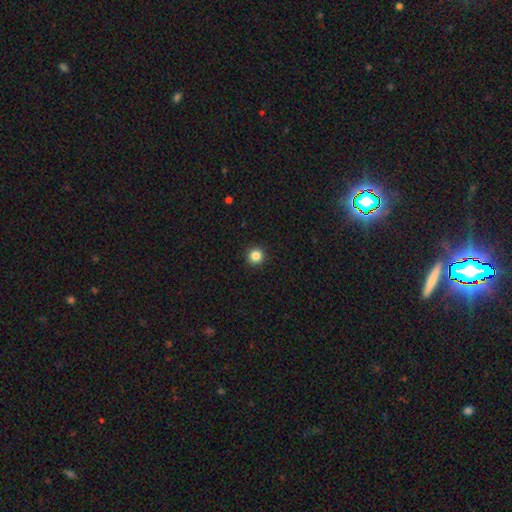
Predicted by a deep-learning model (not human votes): smooth_or_featured: smooth (p=0.86) [alt: star or artifact p=0.11]
how_rounded: round (p=0.95) [alt: in between p=0.04]
merging: none (p=0.93) [alt: minor disturbance p=0.05]